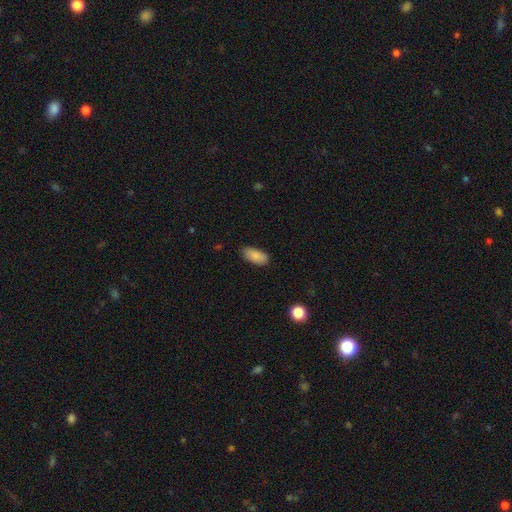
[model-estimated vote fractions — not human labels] Smooth or featured? Predicted: smooth (p=0.86). How rounded? Predicted: in between (p=0.90). Merging? Predicted: none (p=0.83).